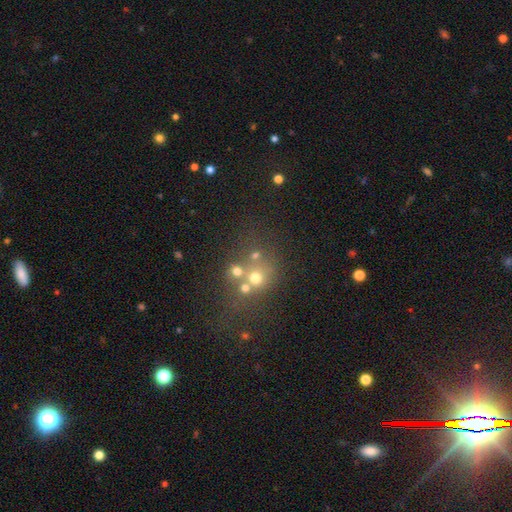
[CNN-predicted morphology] Q: Smooth or featured?
A: smooth (55%); runner-up: star or artifact (26%)
Q: How rounded?
A: round (80%); runner-up: in between (19%)
Q: Merging?
A: none (48%); runner-up: merger (36%)